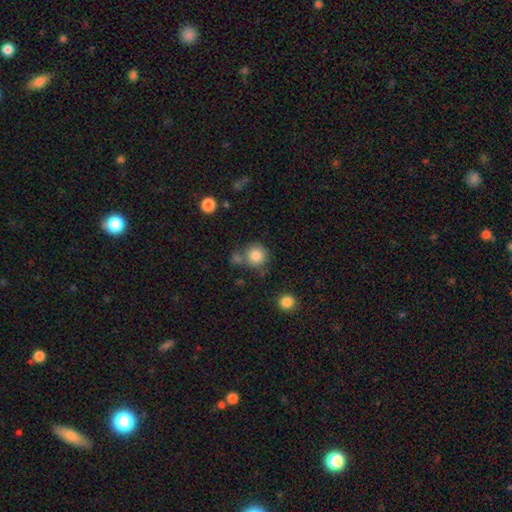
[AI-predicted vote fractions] smooth 83%, star or artifact 10%, featured or disk 7%. Down the decision tree: how rounded — round (91%); merging — none (65%).